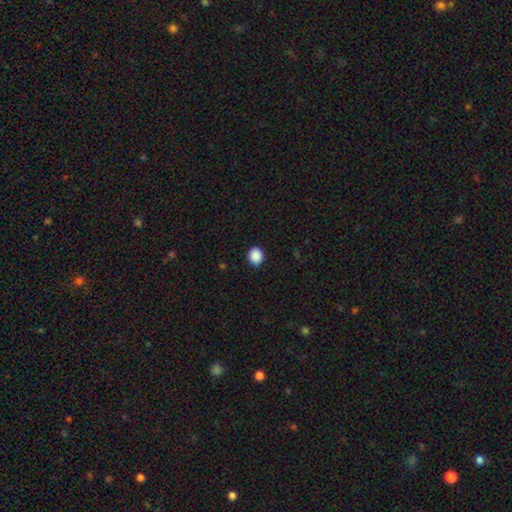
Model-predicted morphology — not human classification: Q: Smooth or featured?
A: smooth (90%); runner-up: star or artifact (8%)
Q: How rounded?
A: round (67%); runner-up: in between (32%)
Q: Merging?
A: none (91%); runner-up: minor disturbance (6%)